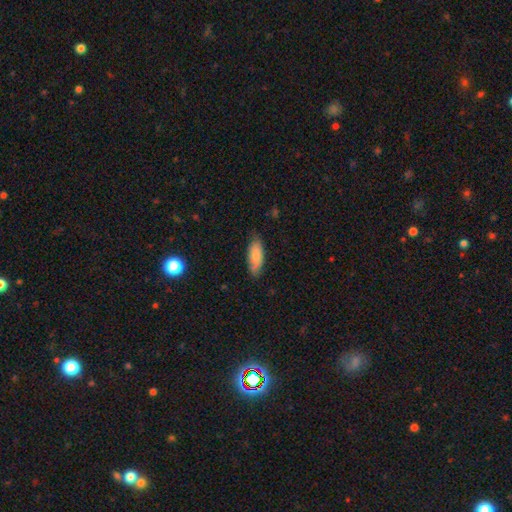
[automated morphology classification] Overall: smooth (76%). How rounded: in between (81%). Merging: none (72%).